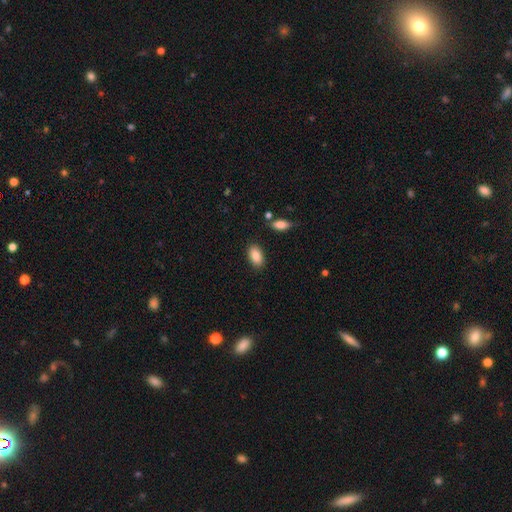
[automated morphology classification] smooth_or_featured: smooth (p=0.87) [alt: star or artifact p=0.07]
how_rounded: in between (p=0.92) [alt: round p=0.05]
merging: none (p=0.86) [alt: minor disturbance p=0.09]